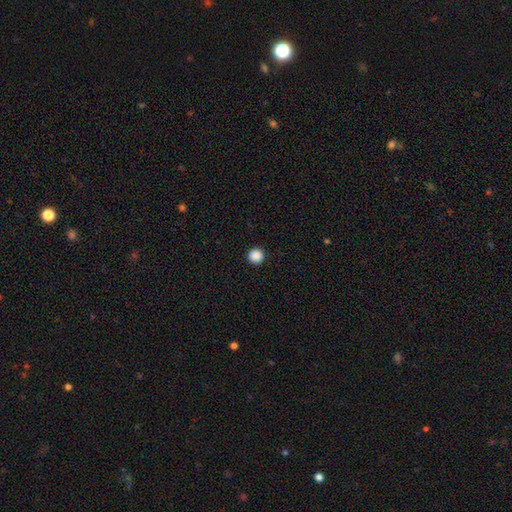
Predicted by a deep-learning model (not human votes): This appears to be a smooth galaxy with no disk features (89%) that is round (96%). Merging: none (94%).